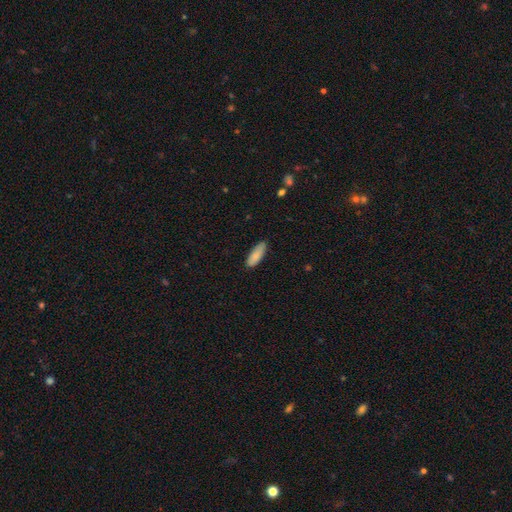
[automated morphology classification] smooth_or_featured: smooth (p=0.86) [alt: featured or disk p=0.08]
how_rounded: in between (p=0.61) [alt: cigar-shaped p=0.37]
merging: none (p=0.84) [alt: minor disturbance p=0.13]